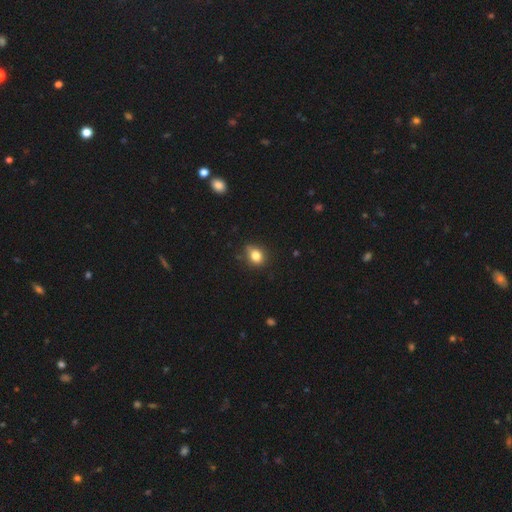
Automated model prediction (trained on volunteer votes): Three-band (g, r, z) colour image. It shows a smooth galaxy with no disk features (81%) that is round (53%). Merging: none (72%).